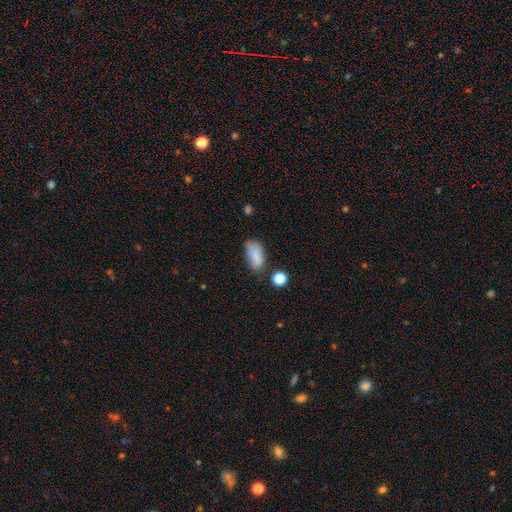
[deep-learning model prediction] Smooth or featured? smooth (80%)
How rounded? in between (90%)
Merging? none (53%)